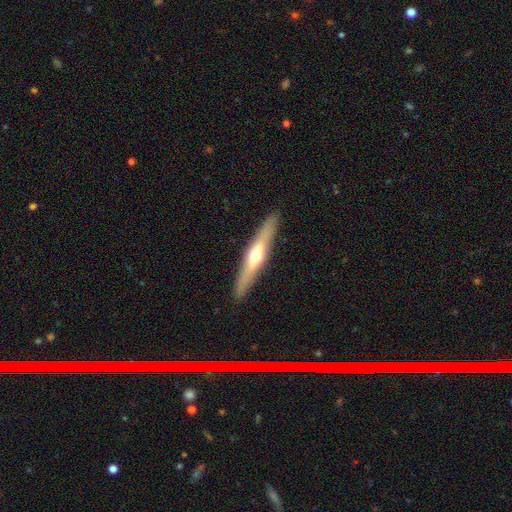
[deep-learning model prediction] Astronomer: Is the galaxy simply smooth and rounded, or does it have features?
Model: featured or disk — 59% (runner-up: smooth, 36%).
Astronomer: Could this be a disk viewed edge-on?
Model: yes — 92%.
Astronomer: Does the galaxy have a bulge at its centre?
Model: rounded — 88%.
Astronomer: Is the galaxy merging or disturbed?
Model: none — 91%.